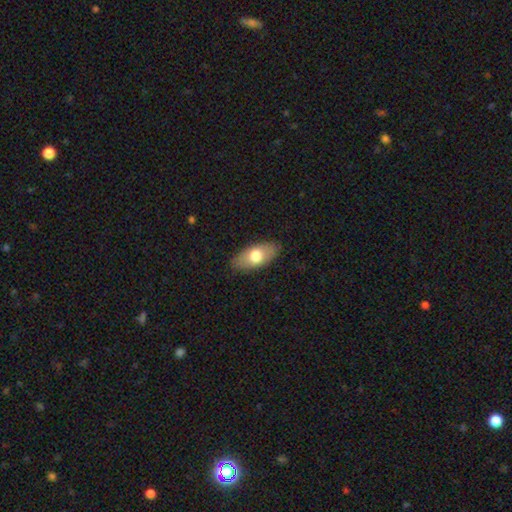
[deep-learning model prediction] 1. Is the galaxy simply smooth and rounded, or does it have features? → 68% smooth, 26% featured or disk, 6% star or artifact.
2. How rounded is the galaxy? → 88% in between, 9% cigar-shaped, 4% round.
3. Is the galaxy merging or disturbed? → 86% none, 10% minor disturbance, 2% major disturbance, 1% merger.